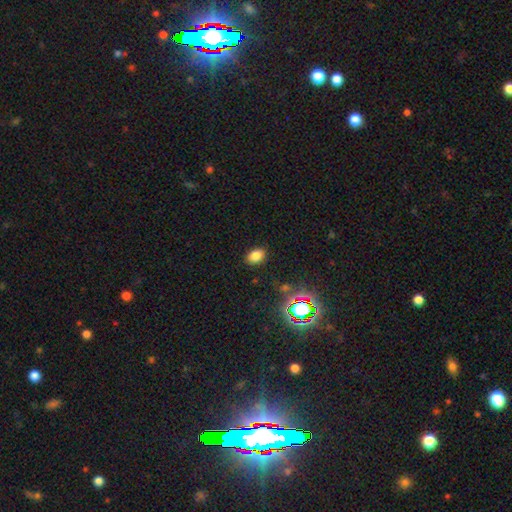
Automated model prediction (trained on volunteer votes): Q: Smooth or featured?
A: smooth (78%); runner-up: star or artifact (15%)
Q: How rounded?
A: in between (79%); runner-up: round (19%)
Q: Merging?
A: none (87%); runner-up: minor disturbance (9%)